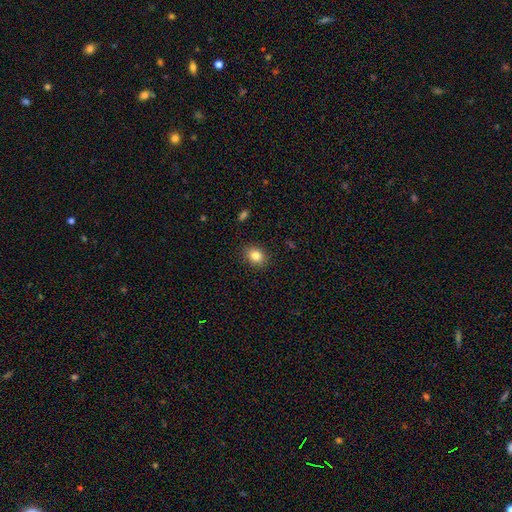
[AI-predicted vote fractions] The model was most divided on "how rounded": round: 51%, in between: 49%, cigar-shaped: 1%. More confident: merging — none (89%); smooth or featured — smooth (83%).